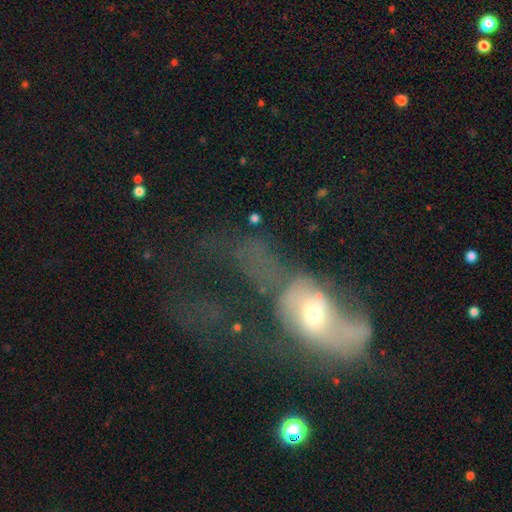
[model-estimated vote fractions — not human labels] Smooth or featured: featured or disk — 49% (smooth — 35%)
Merging: major disturbance — 58% (merger — 20%)